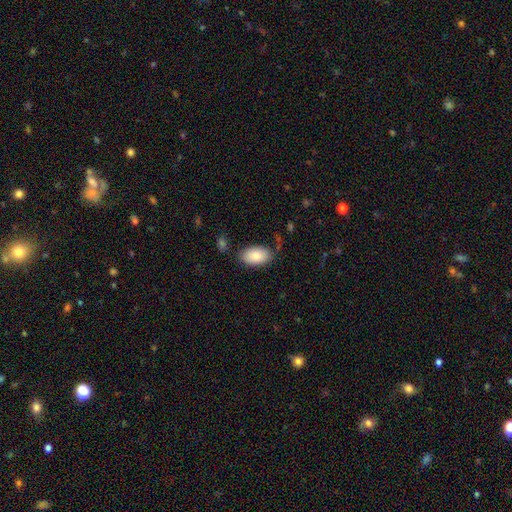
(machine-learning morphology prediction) Q: Smooth or featured?
A: smooth (86%); runner-up: featured or disk (8%)
Q: How rounded?
A: in between (95%); runner-up: round (4%)
Q: Merging?
A: none (79%); runner-up: minor disturbance (15%)